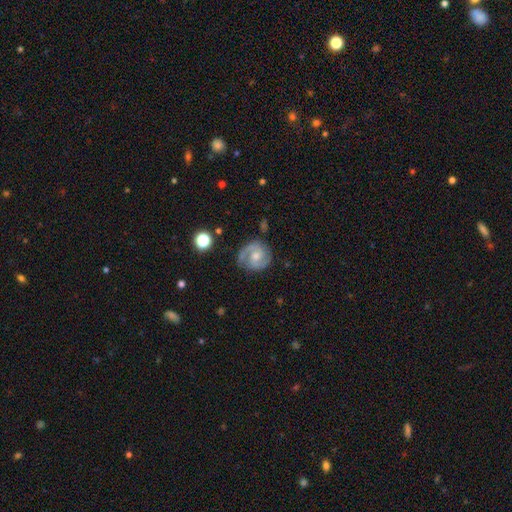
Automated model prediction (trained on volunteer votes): This is likely a featured or disk galaxy (77%). It is clearly not viewed edge-on (98%). Bar: possibly no (52%). Spiral arm pattern: clearly yes (95%). Spiral arm count: likely 2 (79%). Spiral winding: possibly medium (47%). Central bulge: possibly moderate (48%). Merging: likely none (72%).